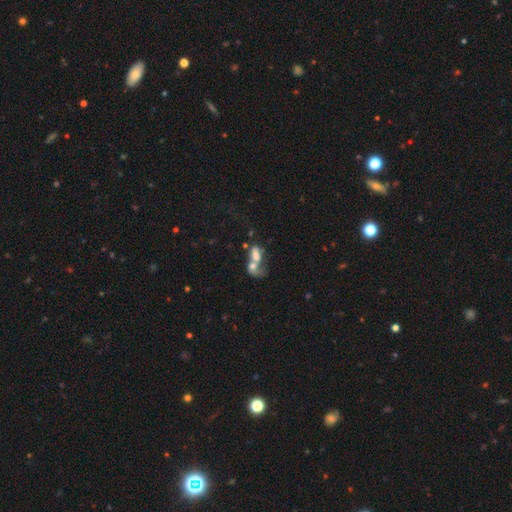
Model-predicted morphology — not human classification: smooth_or_featured: smooth (p=0.60) [alt: featured or disk p=0.28]
how_rounded: in between (p=0.79) [alt: round p=0.15]
merging: merger (p=0.72) [alt: major disturbance p=0.12]